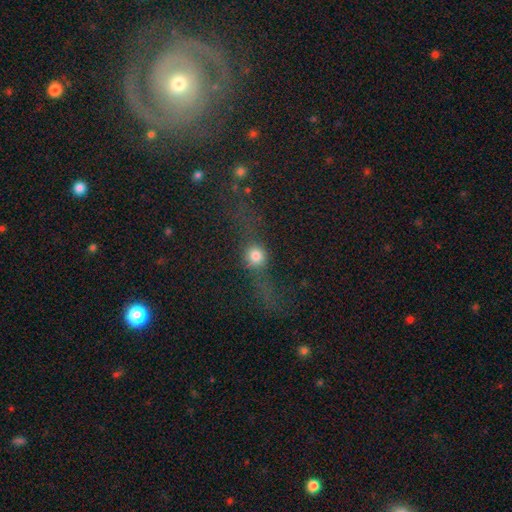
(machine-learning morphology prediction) Q: Smooth or featured?
A: smooth (60%); runner-up: featured or disk (24%)
Q: How rounded?
A: round (63%); runner-up: in between (25%)
Q: Merging?
A: none (51%); runner-up: major disturbance (26%)